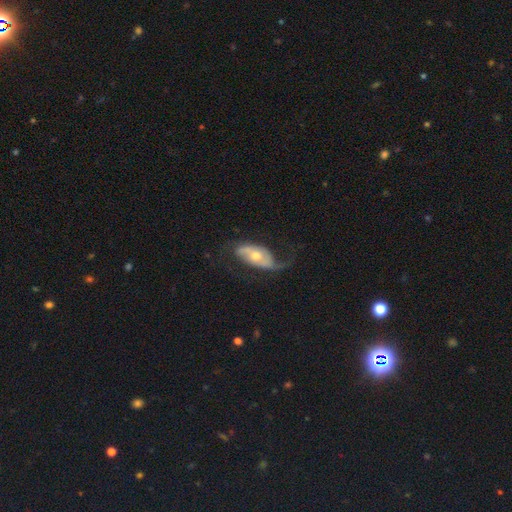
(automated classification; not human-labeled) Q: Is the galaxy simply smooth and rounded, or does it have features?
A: featured or disk — 71%.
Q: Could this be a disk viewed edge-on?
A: no — 90%.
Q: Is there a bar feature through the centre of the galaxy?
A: no — 62%.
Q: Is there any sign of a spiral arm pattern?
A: yes — 85%.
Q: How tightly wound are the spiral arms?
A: loose — 62%.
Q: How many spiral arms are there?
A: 2 — 80%.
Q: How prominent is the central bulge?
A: moderate — 65%.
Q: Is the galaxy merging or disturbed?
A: none — 52%.